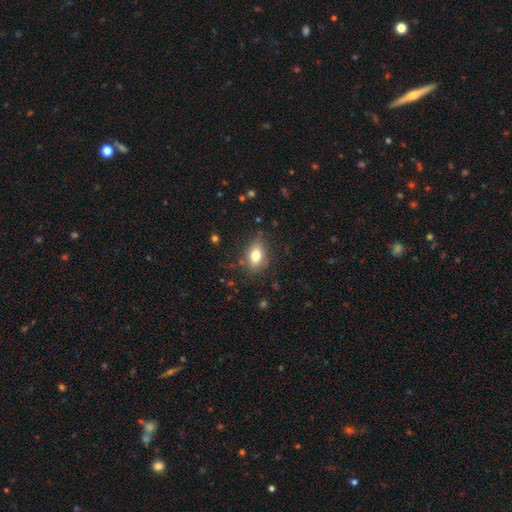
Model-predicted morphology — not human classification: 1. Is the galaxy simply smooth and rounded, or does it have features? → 78% smooth, 13% featured or disk, 9% star or artifact.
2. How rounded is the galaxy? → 81% in between, 17% round, 2% cigar-shaped.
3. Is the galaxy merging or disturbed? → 80% none, 14% minor disturbance, 4% major disturbance, 2% merger.